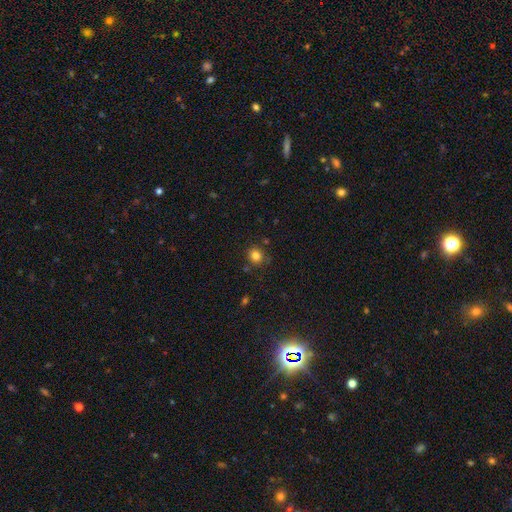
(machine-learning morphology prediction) Smooth or featured? smooth (82%)
How rounded? round (84%)
Merging? none (81%)